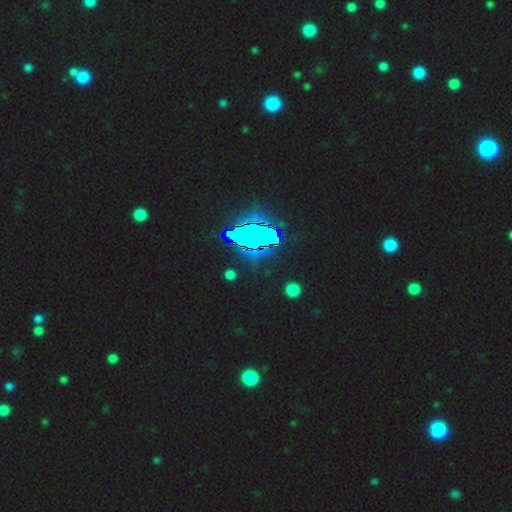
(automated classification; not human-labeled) smooth-or-featured: star or artifact: 83% | smooth: 10% | featured or disk: 7%